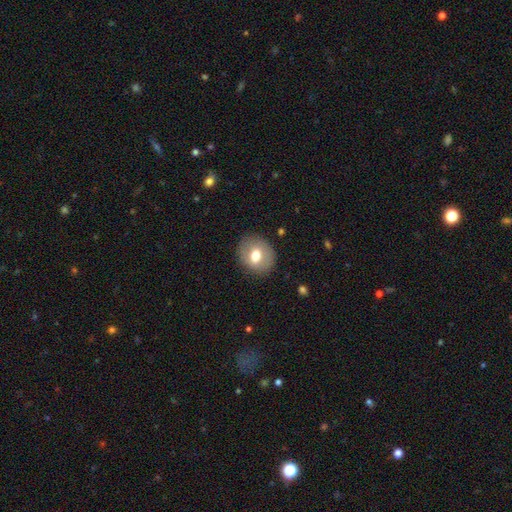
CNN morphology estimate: Smooth or featured?
  - smooth: 68% *
  - featured or disk: 24%
  - star or artifact: 8%
How rounded?
  - round: 62% *
  - in between: 37%
  - cigar-shaped: 1%
Merging?
  - none: 86% *
  - minor disturbance: 10%
  - major disturbance: 3%
  - merger: 1%